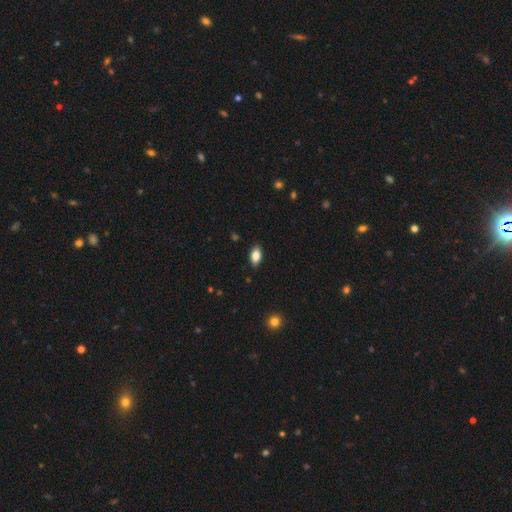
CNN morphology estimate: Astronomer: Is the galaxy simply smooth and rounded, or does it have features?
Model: smooth — 84%.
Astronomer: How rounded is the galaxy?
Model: in between — 91%.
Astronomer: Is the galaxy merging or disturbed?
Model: none — 87%.